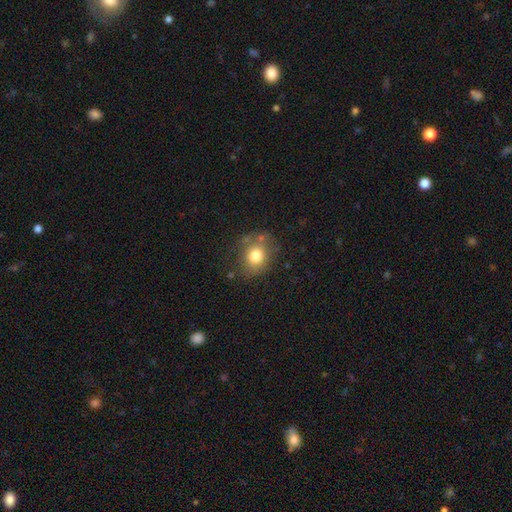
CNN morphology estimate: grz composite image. It shows a smooth galaxy with no disk features (77%) that is round (67%). Merging: none (69%).